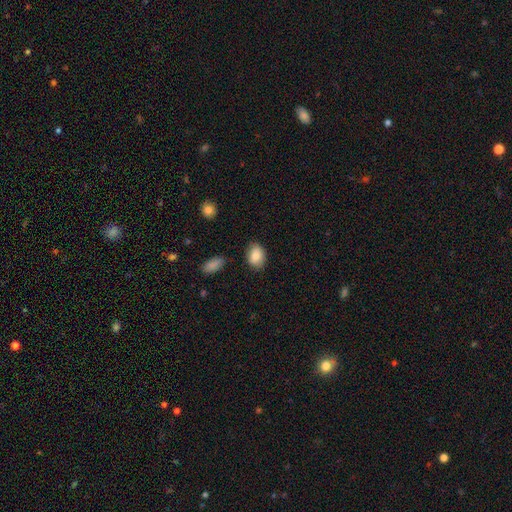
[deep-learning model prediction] smooth_or_featured: smooth (p=0.85) [alt: featured or disk p=0.08]
how_rounded: in between (p=0.77) [alt: round p=0.22]
merging: none (p=0.83) [alt: minor disturbance p=0.13]